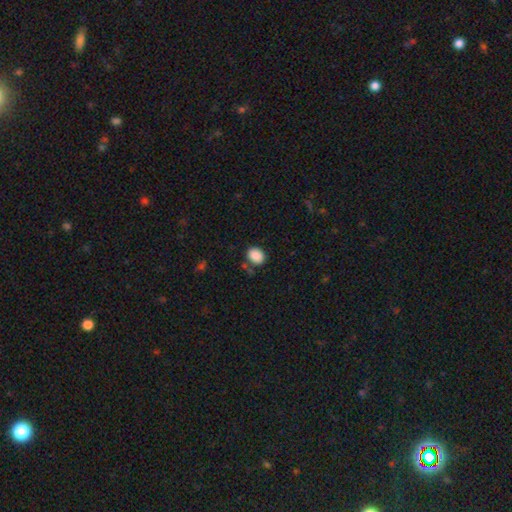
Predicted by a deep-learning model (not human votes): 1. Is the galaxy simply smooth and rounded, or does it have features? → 88% smooth, 8% star or artifact, 3% featured or disk.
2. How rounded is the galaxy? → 56% in between, 43% round, 1% cigar-shaped.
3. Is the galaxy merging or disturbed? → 79% none, 12% minor disturbance, 5% merger, 4% major disturbance.